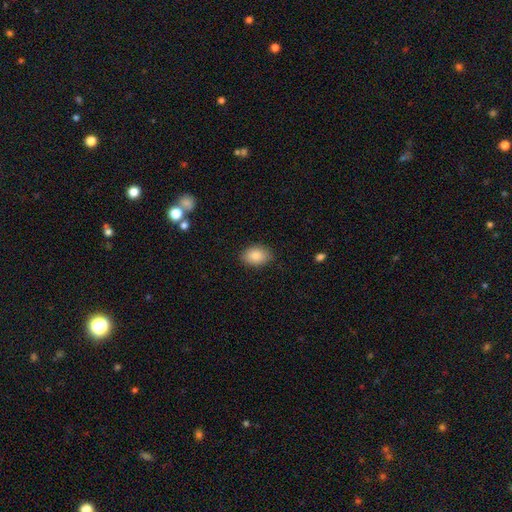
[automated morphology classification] type=smooth (87%); roundness=in between (83%); merging=none (86%).